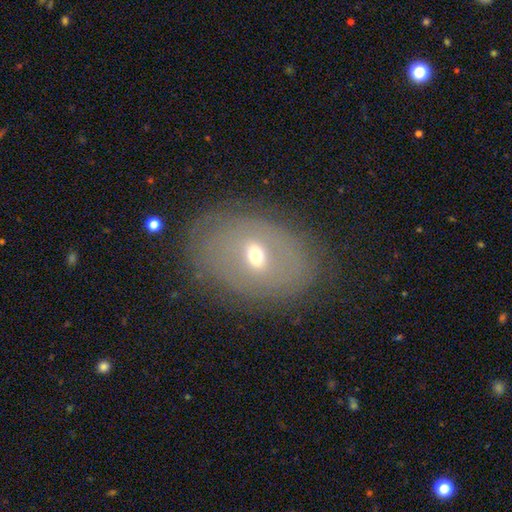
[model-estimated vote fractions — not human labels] A featured or disk galaxy (48%).

Vote fractions:
- Smooth or featured? featured or disk: 48% / smooth: 40% / star or artifact: 12%
- Merging? none: 74% / minor disturbance: 16% / major disturbance: 8% / merger: 2%